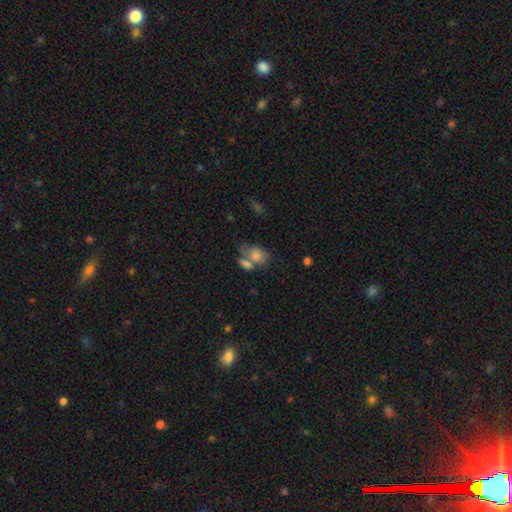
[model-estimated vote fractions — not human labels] This appears to be a smooth galaxy with no disk features (77%) that is in between round and cigar-shaped (79%). Merging: merger (50%).